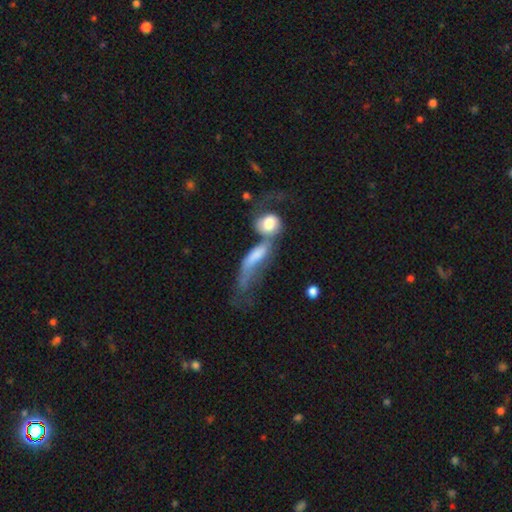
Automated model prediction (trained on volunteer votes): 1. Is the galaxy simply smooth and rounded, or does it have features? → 52% smooth, 40% featured or disk, 8% star or artifact.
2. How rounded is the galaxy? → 54% in between, 32% cigar-shaped, 14% round.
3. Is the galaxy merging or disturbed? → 65% merger, 18% major disturbance, 10% none, 7% minor disturbance.